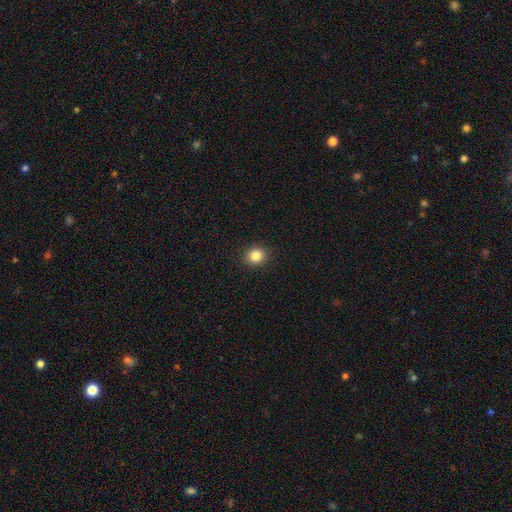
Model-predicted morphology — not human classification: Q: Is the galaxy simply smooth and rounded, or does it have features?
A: smooth — 85%.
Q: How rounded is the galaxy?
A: round — 83%.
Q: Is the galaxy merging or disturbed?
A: none — 92%.